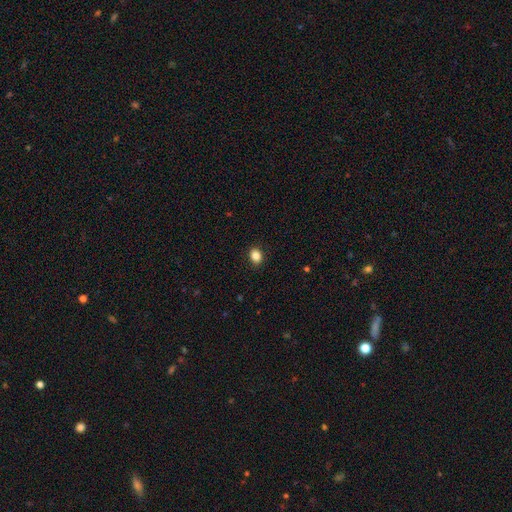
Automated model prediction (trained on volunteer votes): Overall: smooth (86%). How rounded: in between (56%; round 43%). Merging: none (90%).